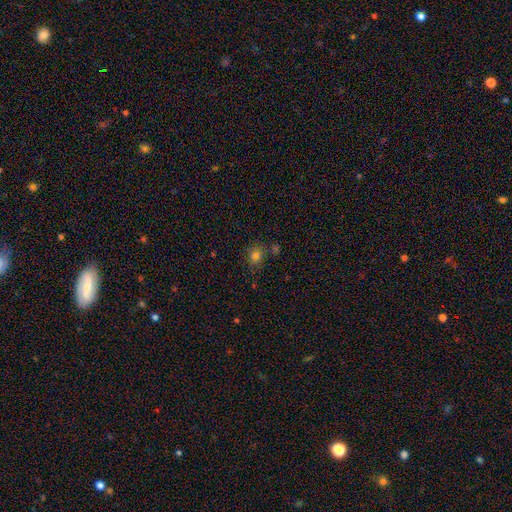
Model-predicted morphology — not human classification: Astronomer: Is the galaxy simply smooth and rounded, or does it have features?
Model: smooth — 76%.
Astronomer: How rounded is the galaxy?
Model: round — 73%.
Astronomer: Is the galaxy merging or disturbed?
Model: none — 72%.